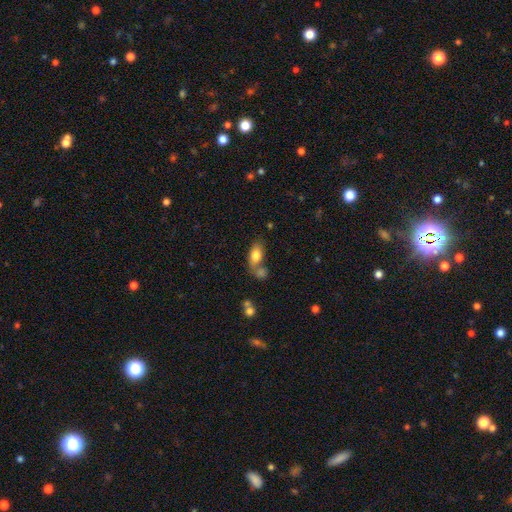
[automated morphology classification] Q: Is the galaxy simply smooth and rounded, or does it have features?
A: smooth — 79%.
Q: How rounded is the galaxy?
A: in between — 88%.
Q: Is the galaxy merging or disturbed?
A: none — 53%.